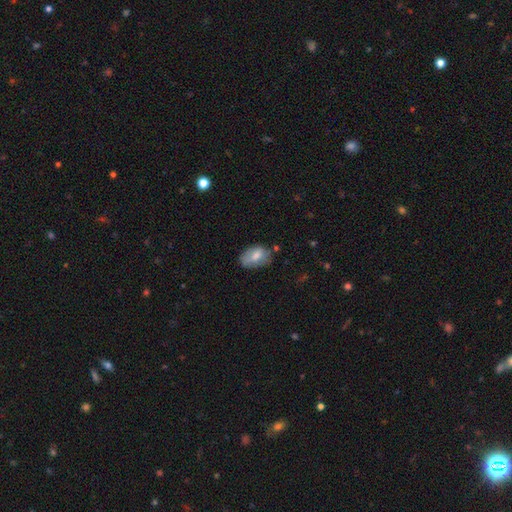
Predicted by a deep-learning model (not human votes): A smooth galaxy with no disk features (70%) that is in between round and cigar-shaped (88%). Merging: none (56%).